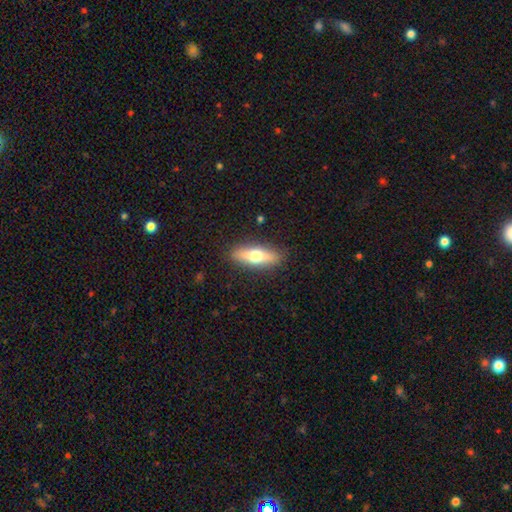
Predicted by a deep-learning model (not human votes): Smooth or featured? Predicted: smooth (p=0.58). How rounded? Predicted: in between (p=0.49). Merging? Predicted: none (p=0.88).